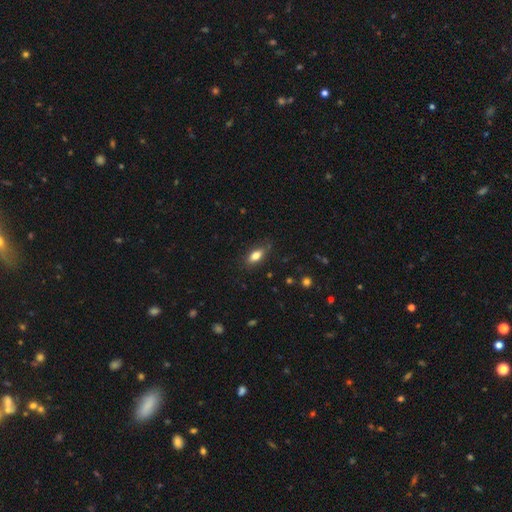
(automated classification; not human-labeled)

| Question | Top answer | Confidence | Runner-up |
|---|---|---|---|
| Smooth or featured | smooth | 81% | featured or disk (11%) |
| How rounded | in between | 84% | cigar-shaped (11%) |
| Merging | none | 81% | minor disturbance (15%) |